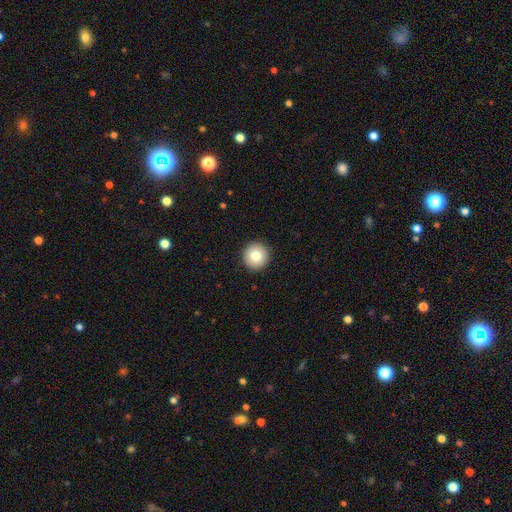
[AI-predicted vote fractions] smooth-or-featured: smooth: 79% | featured or disk: 12% | star or artifact: 9%
  how-rounded: round: 95% | in between: 4% | cigar-shaped: 1%
  merging: none: 93% | minor disturbance: 5% | major disturbance: 1% | merger: 1%